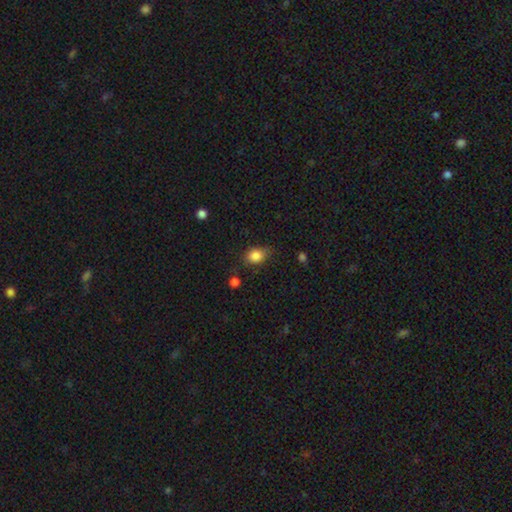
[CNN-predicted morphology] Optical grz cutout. It shows a smooth galaxy with no disk features (84%) that is in between round and cigar-shaped (56%). Merging: none (66%).